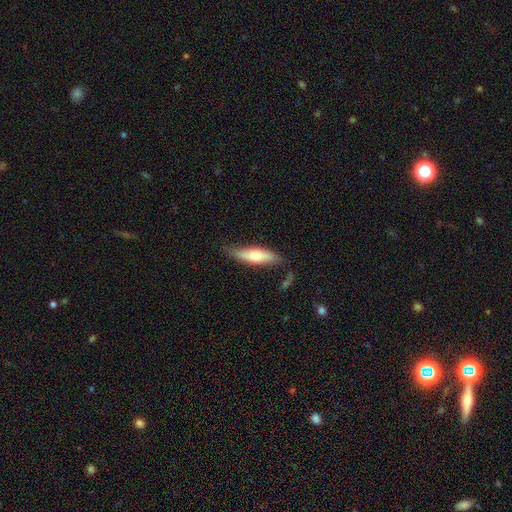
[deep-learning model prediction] smooth 65%, featured or disk 30%, star or artifact 5%. Down the decision tree: how rounded — cigar-shaped (63%); merging — none (66%).